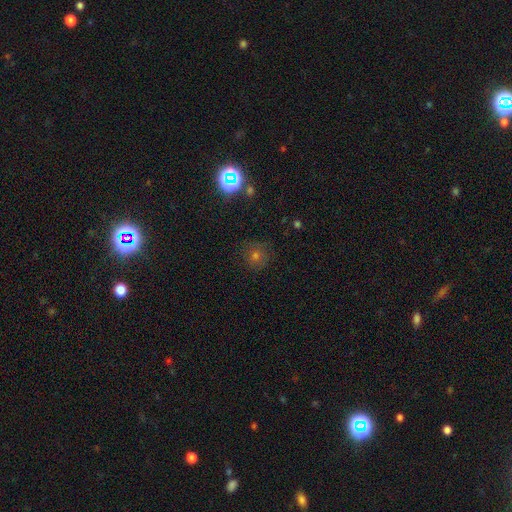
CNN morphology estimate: A smooth galaxy with no disk features (51%) that is round (93%).

Vote fractions:
- Smooth or featured? smooth: 51% / star or artifact: 35% / featured or disk: 14%
- How rounded? round: 93% / in between: 6% / cigar-shaped: 1%
- Merging? none: 83% / minor disturbance: 11% / major disturbance: 4% / merger: 2%